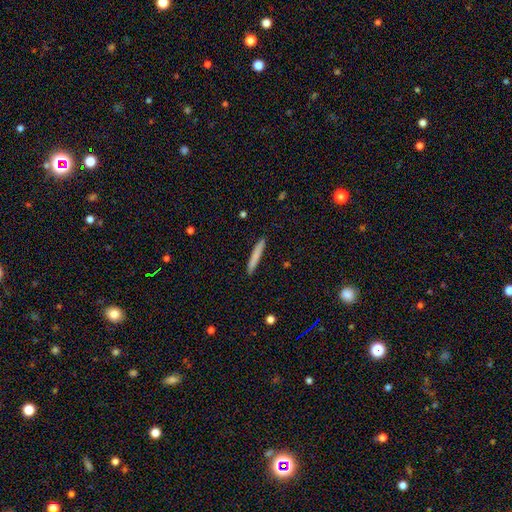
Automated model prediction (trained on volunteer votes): The model was most divided on "smooth or featured": smooth: 77%, featured or disk: 17%, star or artifact: 6%. More confident: how rounded — cigar-shaped (96%); merging — none (91%).